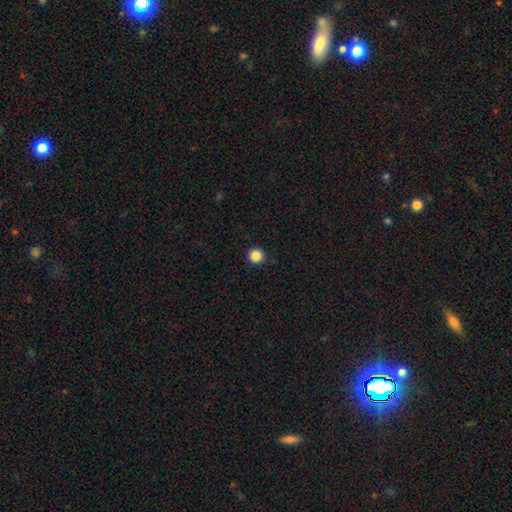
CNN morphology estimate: This is clearly a smooth galaxy (86%). How rounded: clearly round (96%). Merging: clearly none (93%).